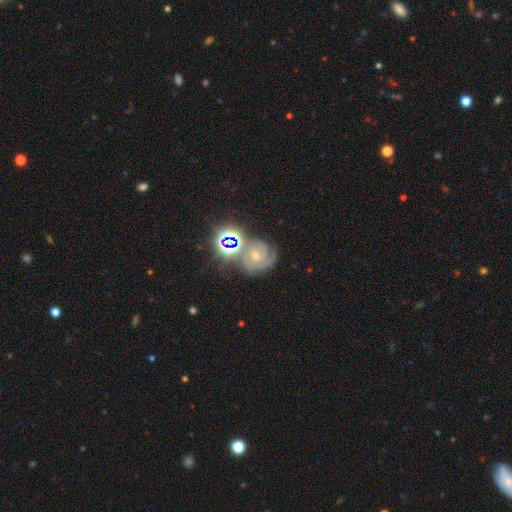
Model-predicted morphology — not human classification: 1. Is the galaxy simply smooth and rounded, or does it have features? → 65% featured or disk, 23% star or artifact, 11% smooth.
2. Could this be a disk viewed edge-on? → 97% no, 3% yes.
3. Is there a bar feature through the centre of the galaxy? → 68% no, 24% weak, 8% strong.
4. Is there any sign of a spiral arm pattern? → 95% yes, 5% no.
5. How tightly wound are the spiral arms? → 66% tight, 28% medium, 6% loose.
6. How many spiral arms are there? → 39% 3, 23% 2, 20% can't tell, 7% 4, 7% 1, 5% more than 4.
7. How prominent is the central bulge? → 47% moderate, 46% small, 3% large, 2% none, 1% dominant.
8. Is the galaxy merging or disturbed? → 59% none, 20% minor disturbance, 11% merger, 10% major disturbance.